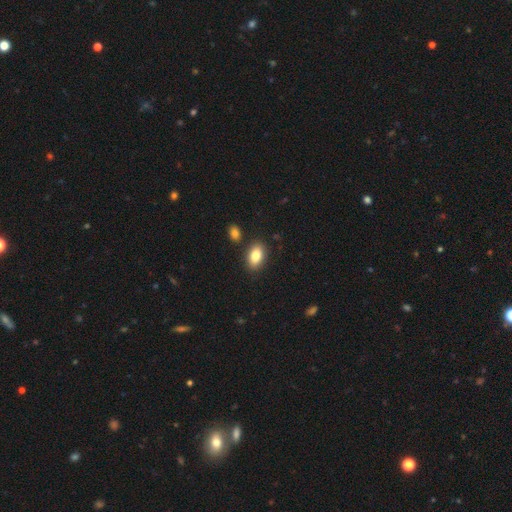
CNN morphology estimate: Smooth or featured: smooth — 84% (featured or disk — 8%)
How rounded: in between — 90% (round — 8%)
Merging: none — 84% (minor disturbance — 9%)